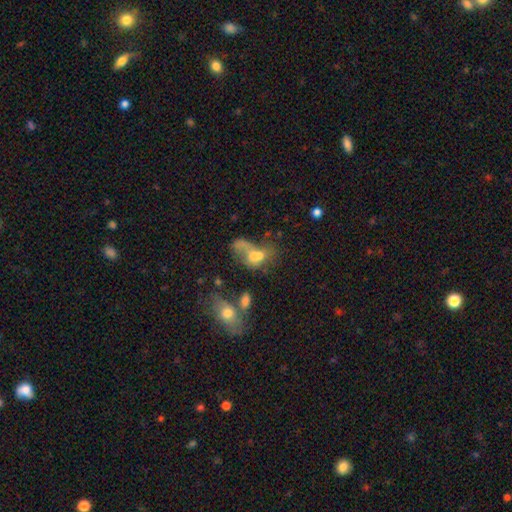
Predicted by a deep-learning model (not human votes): smooth_or_featured: smooth (p=0.57) [alt: featured or disk p=0.29]
how_rounded: in between (p=0.75) [alt: round p=0.21]
merging: merger (p=0.56) [alt: major disturbance p=0.19]